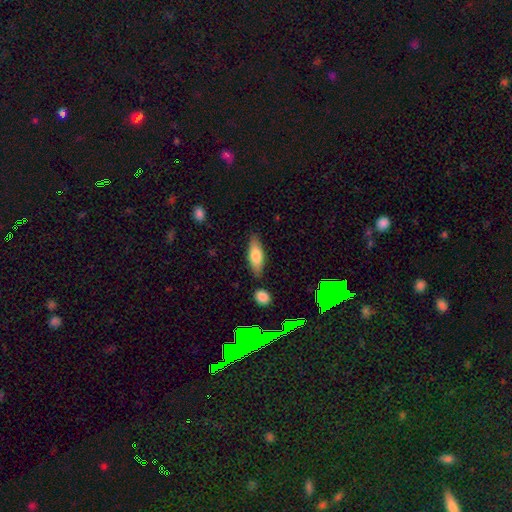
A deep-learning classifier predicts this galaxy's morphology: smooth 73%, featured or disk 20%, star or artifact 7%. Down the decision tree: how rounded — in between (66%); merging — none (81%).